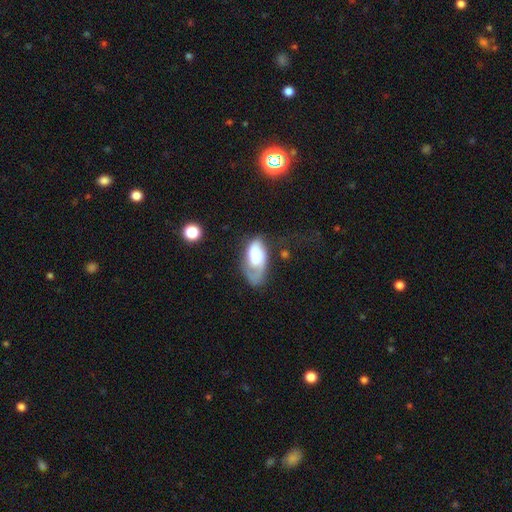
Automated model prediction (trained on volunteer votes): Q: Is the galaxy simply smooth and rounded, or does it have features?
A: featured or disk — 51%.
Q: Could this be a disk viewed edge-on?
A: no — 94%.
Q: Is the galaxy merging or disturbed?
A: major disturbance — 36%.